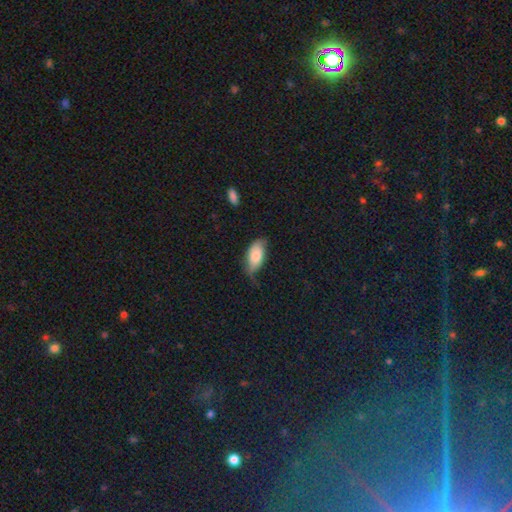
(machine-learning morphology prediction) This appears to be a smooth galaxy with no disk features (78%) that is in between round and cigar-shaped (91%). Merging: none (46%).